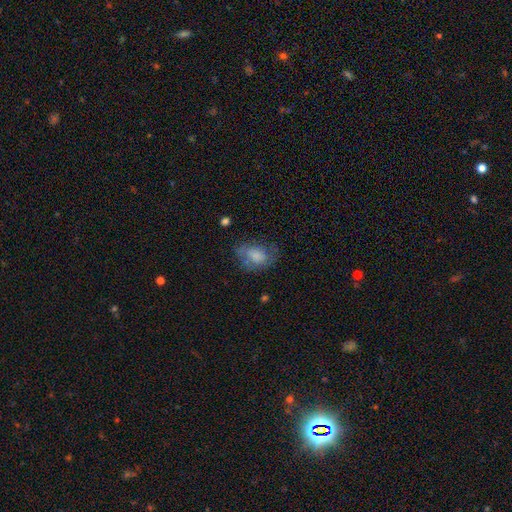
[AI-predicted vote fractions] This appears to be a smooth galaxy with no disk features (71%) that is in between round and cigar-shaped (78%). Merging: none (50%).